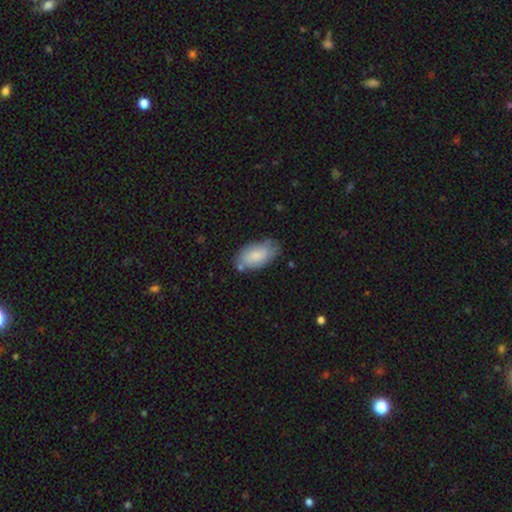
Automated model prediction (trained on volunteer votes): Overall: smooth (80%). How rounded: in between (94%). Merging: none (66%).